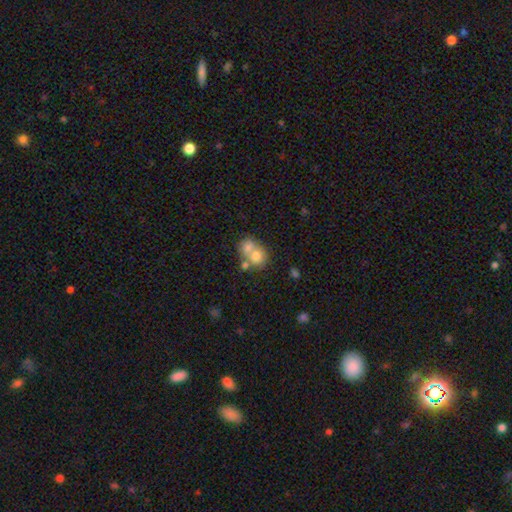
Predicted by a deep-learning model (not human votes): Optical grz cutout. It shows a smooth galaxy with no disk features (68%) that is round (69%). Merging: merger (62%).